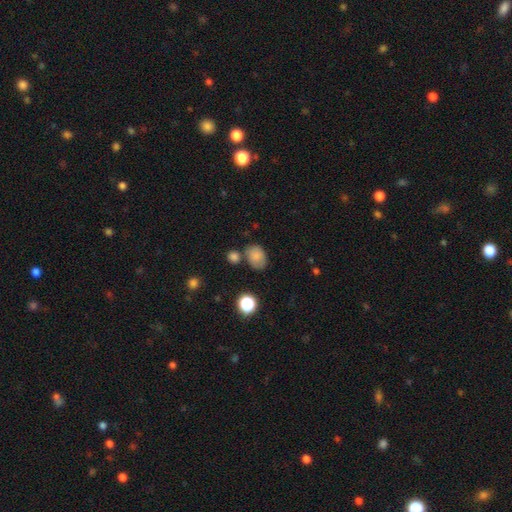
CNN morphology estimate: Smooth or featured: smooth — 79% (star or artifact — 11%)
How rounded: in between — 69% (round — 30%)
Merging: none — 62% (minor disturbance — 19%)